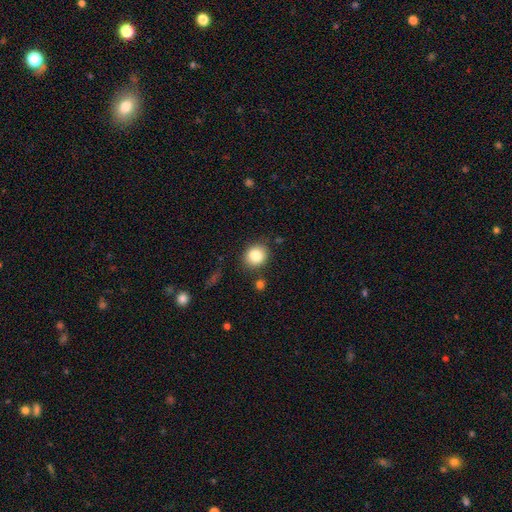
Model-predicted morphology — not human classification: The model was most divided on "how rounded": round: 75%, in between: 24%, cigar-shaped: 1%. More confident: smooth or featured — smooth (84%); merging — none (83%).